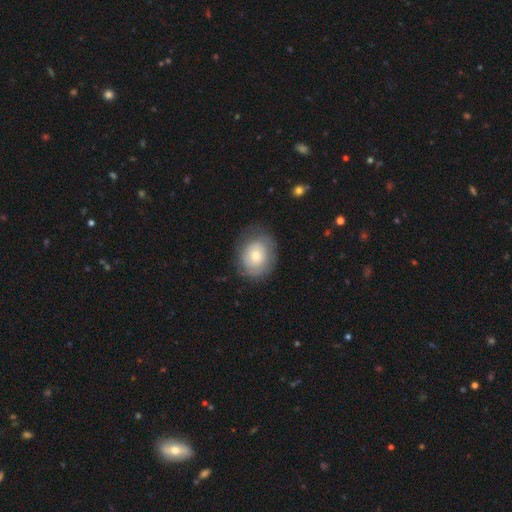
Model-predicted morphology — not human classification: Smooth or featured? smooth (64%)
How rounded? round (67%)
Merging? none (72%)